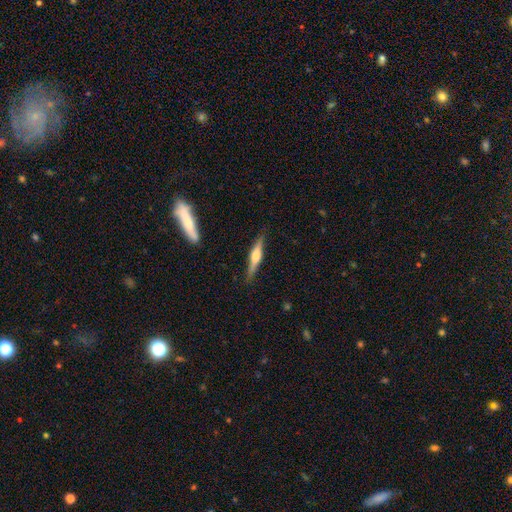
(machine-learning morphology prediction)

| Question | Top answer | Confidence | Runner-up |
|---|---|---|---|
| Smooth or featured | featured or disk | 60% | smooth (34%) |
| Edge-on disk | yes | 96% | no (4%) |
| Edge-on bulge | rounded | 80% | boxy (15%) |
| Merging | none | 84% | minor disturbance (12%) |